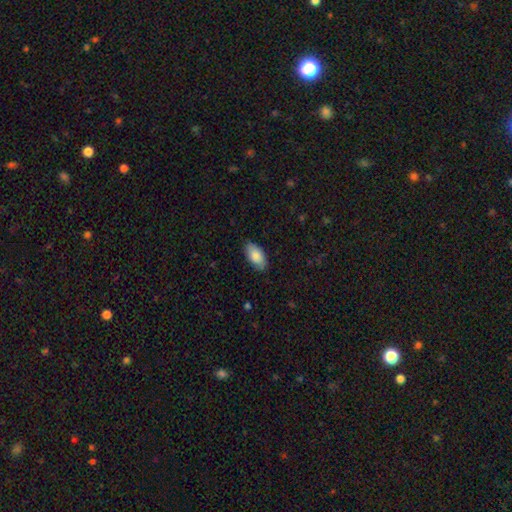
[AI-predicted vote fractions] The model was most divided on "smooth or featured": smooth: 83%, featured or disk: 11%, star or artifact: 6%. More confident: how rounded — in between (94%); merging — none (86%).